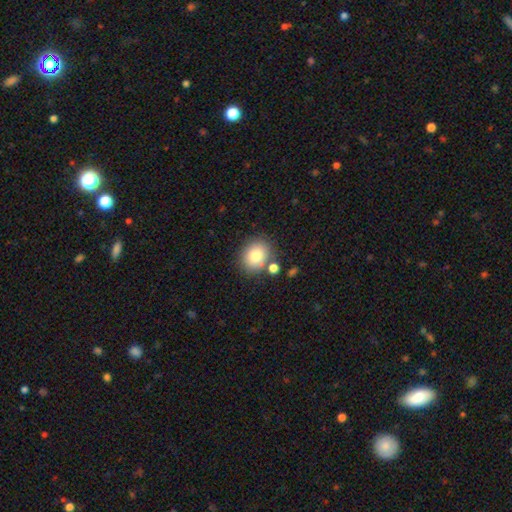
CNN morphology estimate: type=smooth (82%); roundness=round (67%); merging=none (75%).